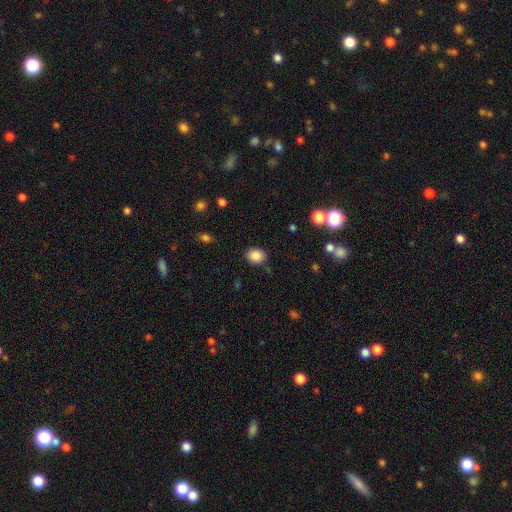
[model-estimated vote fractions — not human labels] The model was most divided on "how rounded": round: 52%, in between: 47%, cigar-shaped: 1%. More confident: smooth or featured — smooth (87%); merging — none (84%).